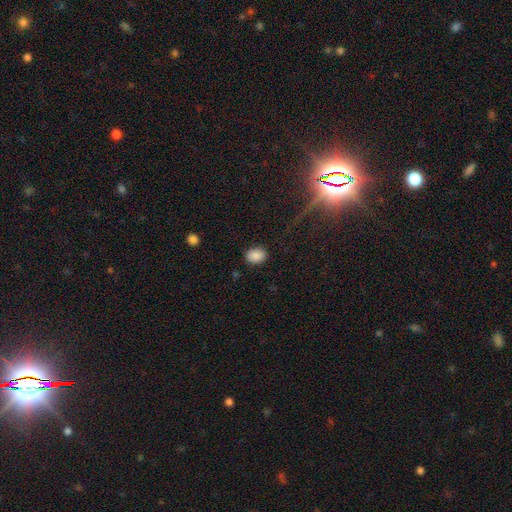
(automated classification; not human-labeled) Smooth or featured? smooth (86%)
How rounded? in between (57%)
Merging? none (86%)